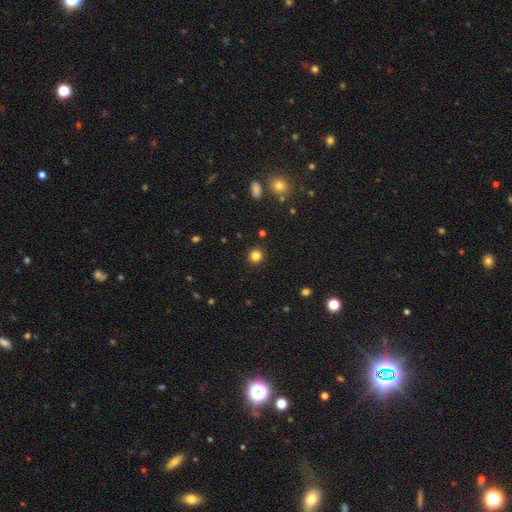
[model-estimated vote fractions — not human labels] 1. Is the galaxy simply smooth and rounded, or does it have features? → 83% smooth, 13% star or artifact, 4% featured or disk.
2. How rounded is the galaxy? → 93% round, 6% in between, 1% cigar-shaped.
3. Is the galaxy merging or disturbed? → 92% none, 5% minor disturbance, 2% major disturbance, 1% merger.